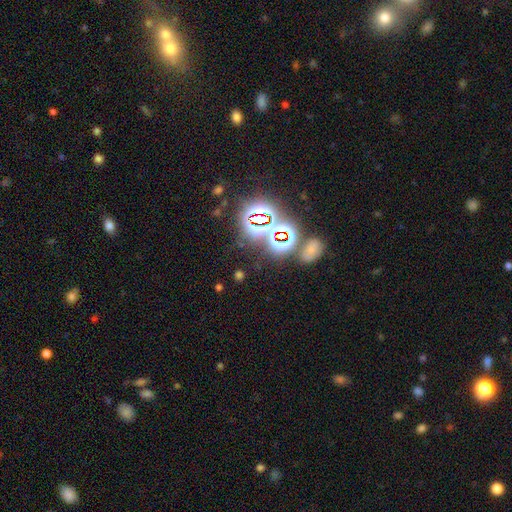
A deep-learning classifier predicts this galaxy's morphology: Smooth or featured?
  - star or artifact: 72% *
  - smooth: 14%
  - featured or disk: 14%